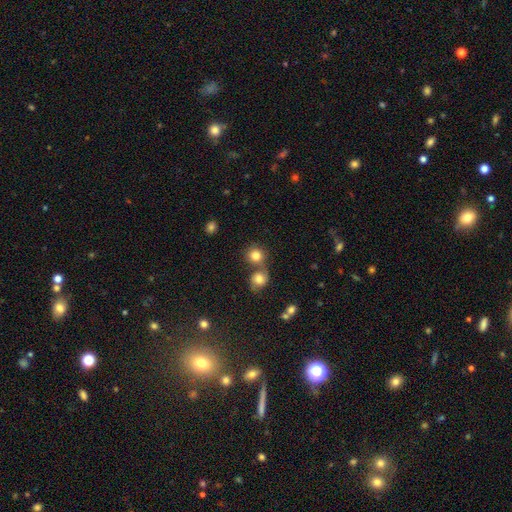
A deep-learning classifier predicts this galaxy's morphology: This appears to be a smooth galaxy with no disk features (81%) that is round (87%). Merging: none (51%).